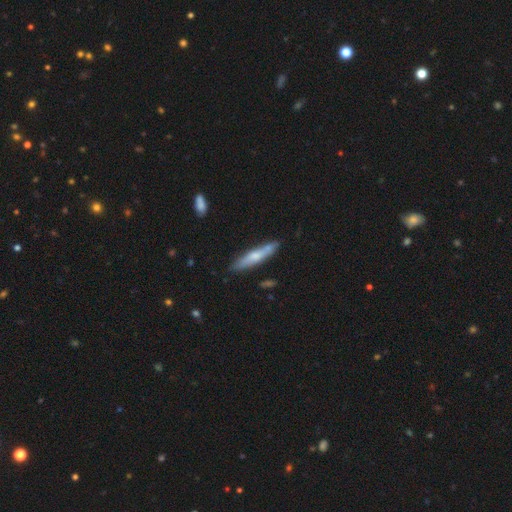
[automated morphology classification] Smooth or featured? Predicted: smooth (p=0.56). How rounded? Predicted: cigar-shaped (p=0.88). Merging? Predicted: none (p=0.78).